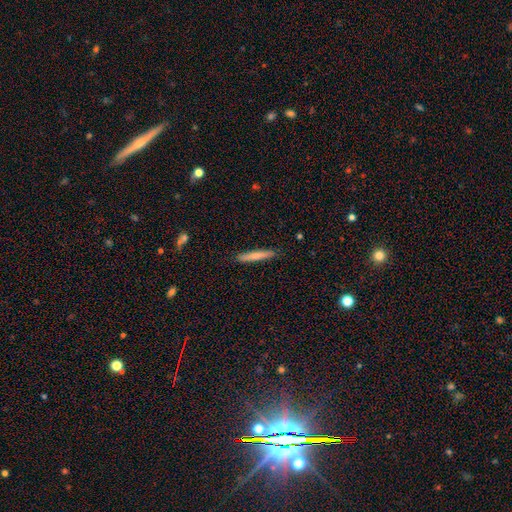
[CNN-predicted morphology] A smooth galaxy with no disk features (66%) that is cigar-shaped (95%).

Vote fractions:
- Smooth or featured? smooth: 66% / featured or disk: 28% / star or artifact: 6%
- How rounded? cigar-shaped: 95% / in between: 4% / round: 1%
- Merging? none: 90% / minor disturbance: 8% / major disturbance: 1% / merger: 1%